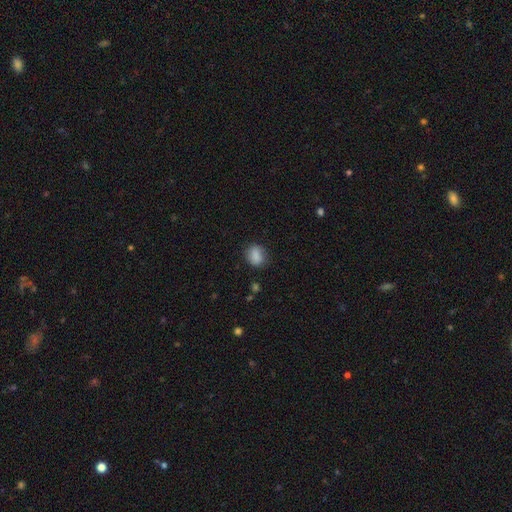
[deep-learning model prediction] A smooth galaxy with no disk features (85%) that is in between round and cigar-shaped (56%).

Vote fractions:
- Smooth or featured? smooth: 85% / star or artifact: 9% / featured or disk: 7%
- How rounded? in between: 56% / round: 42% / cigar-shaped: 2%
- Merging? none: 79% / minor disturbance: 15% / major disturbance: 4% / merger: 2%